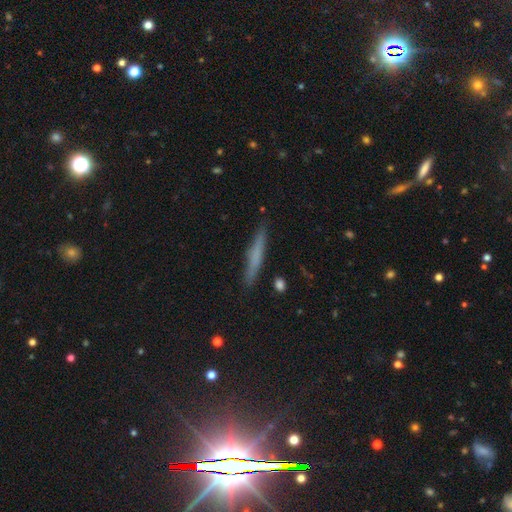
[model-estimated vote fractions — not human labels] Q: Smooth or featured?
A: smooth (58%); runner-up: featured or disk (34%)
Q: How rounded?
A: cigar-shaped (95%); runner-up: in between (3%)
Q: Merging?
A: none (89%); runner-up: minor disturbance (8%)